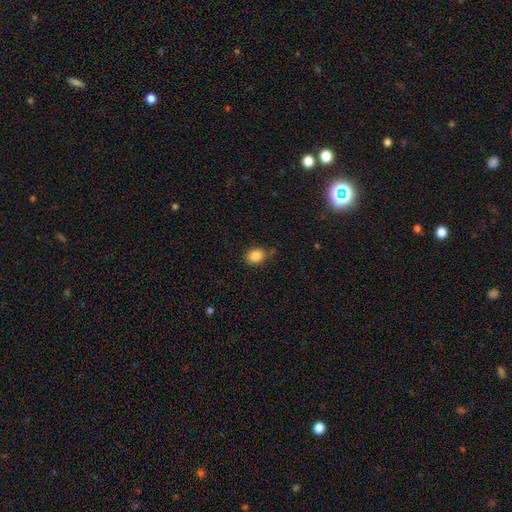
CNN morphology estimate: Smooth or featured? Predicted: smooth (p=0.85). How rounded? Predicted: round (p=0.51). Merging? Predicted: none (p=0.73).